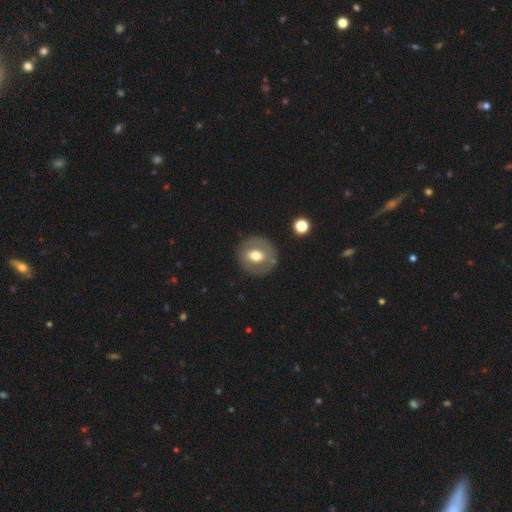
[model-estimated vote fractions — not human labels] This appears to be a smooth galaxy with no disk features (50%) that is round (78%). Merging: none (82%).